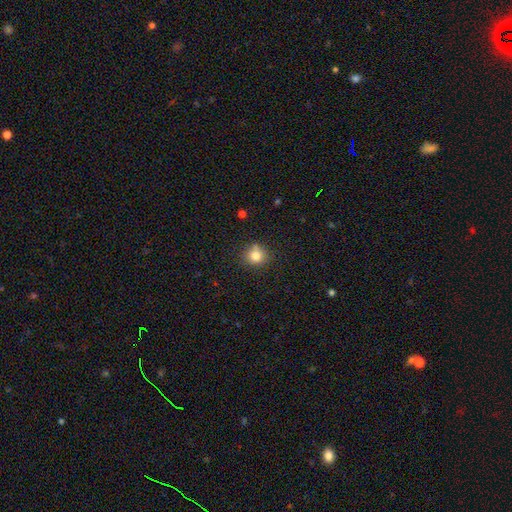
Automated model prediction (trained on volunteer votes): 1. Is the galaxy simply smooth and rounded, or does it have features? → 80% smooth, 12% star or artifact, 8% featured or disk.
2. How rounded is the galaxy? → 88% round, 11% in between, 1% cigar-shaped.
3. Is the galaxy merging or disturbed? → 77% none, 13% minor disturbance, 7% merger, 3% major disturbance.